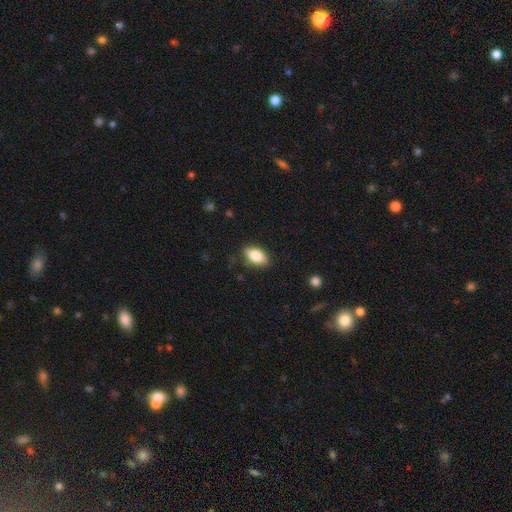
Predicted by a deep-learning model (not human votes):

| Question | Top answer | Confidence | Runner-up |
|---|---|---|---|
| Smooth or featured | smooth | 83% | featured or disk (9%) |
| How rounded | in between | 90% | round (5%) |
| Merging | none | 83% | minor disturbance (12%) |